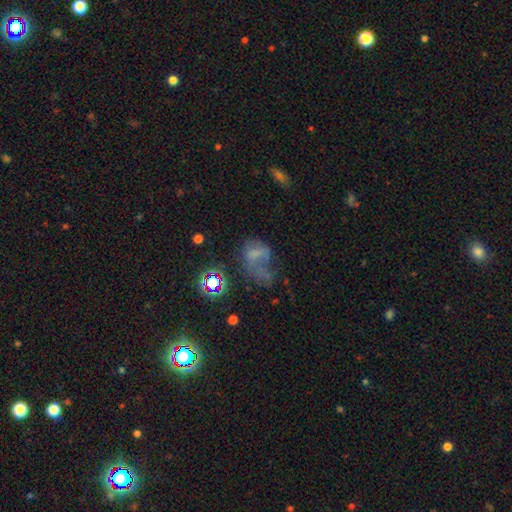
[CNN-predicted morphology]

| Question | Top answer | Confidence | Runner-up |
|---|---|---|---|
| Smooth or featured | smooth | 41% | featured or disk (32%) |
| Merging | major disturbance | 46% | none (22%) |